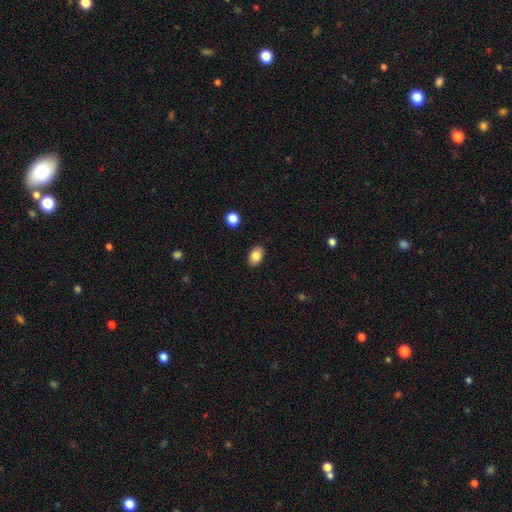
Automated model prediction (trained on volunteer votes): This appears to be a smooth galaxy with no disk features (83%) that is in between round and cigar-shaped (85%). Merging: none (88%).